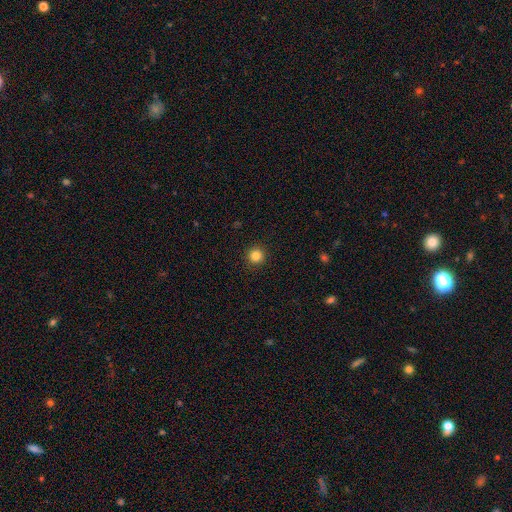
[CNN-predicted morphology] This appears to be a smooth galaxy with no disk features (83%) that is round (96%). Merging: none (93%).